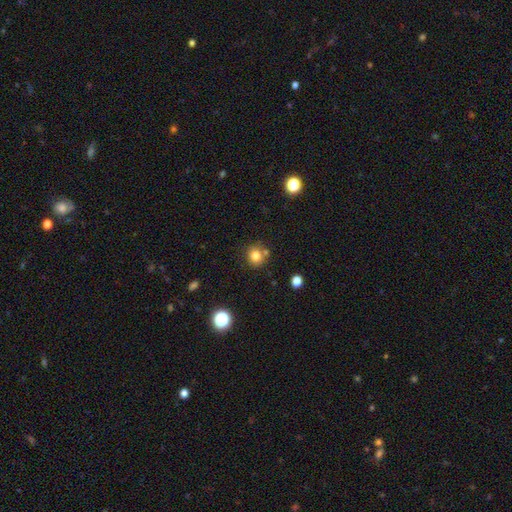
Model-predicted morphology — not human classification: Smooth or featured?
  - smooth: 80% *
  - star or artifact: 13%
  - featured or disk: 8%
How rounded?
  - round: 86% *
  - in between: 13%
  - cigar-shaped: 1%
Merging?
  - none: 73% *
  - merger: 13%
  - minor disturbance: 11%
  - major disturbance: 3%